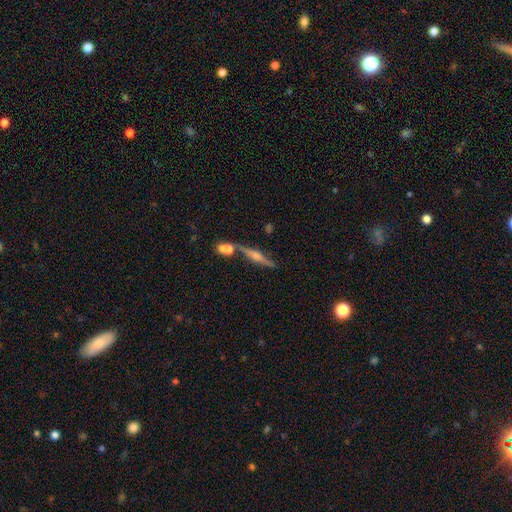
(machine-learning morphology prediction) Smooth or featured? Predicted: featured or disk (p=0.75). Edge-on disk? Predicted: yes (p=0.96). Edge-on bulge? Predicted: rounded (p=0.85). Merging? Predicted: none (p=0.68).